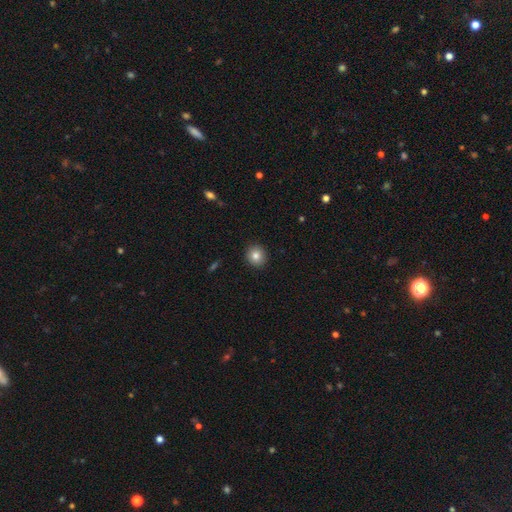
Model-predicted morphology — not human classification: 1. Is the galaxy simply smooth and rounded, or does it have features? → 82% smooth, 10% star or artifact, 8% featured or disk.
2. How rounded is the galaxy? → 89% round, 10% in between, 1% cigar-shaped.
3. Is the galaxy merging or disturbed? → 92% none, 5% minor disturbance, 2% major disturbance, 1% merger.